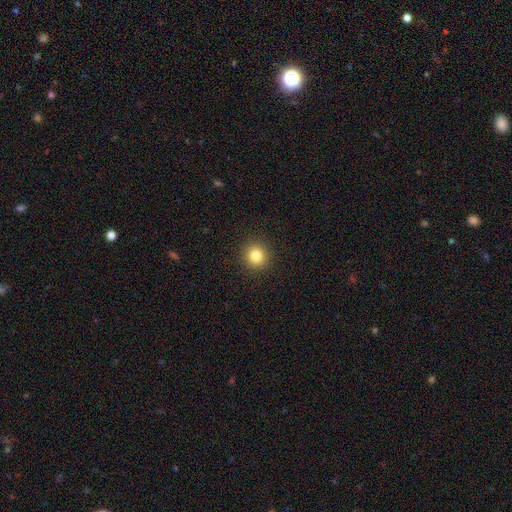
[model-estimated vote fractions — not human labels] smooth 82%, star or artifact 12%, featured or disk 6%. Down the decision tree: how rounded — round (92%); merging — none (92%).